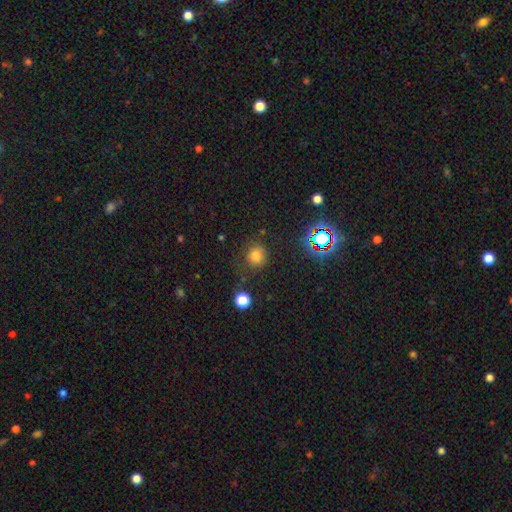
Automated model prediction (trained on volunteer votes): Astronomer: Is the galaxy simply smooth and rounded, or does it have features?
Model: smooth — 74%.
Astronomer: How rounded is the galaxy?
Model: round — 87%.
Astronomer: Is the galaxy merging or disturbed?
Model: none — 80%.